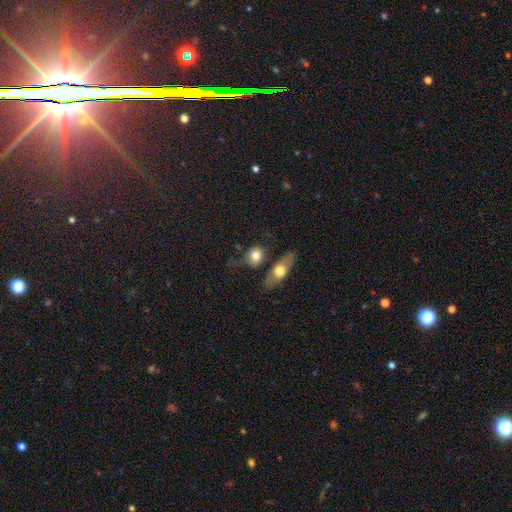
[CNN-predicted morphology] A smooth galaxy with no disk features (73%) that is round (53%).

Vote fractions:
- Smooth or featured? smooth: 73% / featured or disk: 19% / star or artifact: 8%
- How rounded? round: 53% / in between: 42% / cigar-shaped: 5%
- Merging? none: 60% / minor disturbance: 17% / merger: 15% / major disturbance: 8%